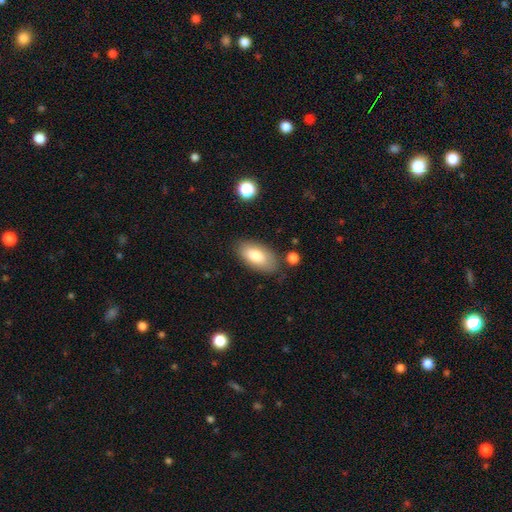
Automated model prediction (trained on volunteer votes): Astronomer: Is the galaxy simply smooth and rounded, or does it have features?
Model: smooth — 80%.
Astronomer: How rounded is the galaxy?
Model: in between — 93%.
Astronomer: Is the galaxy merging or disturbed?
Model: none — 79%.